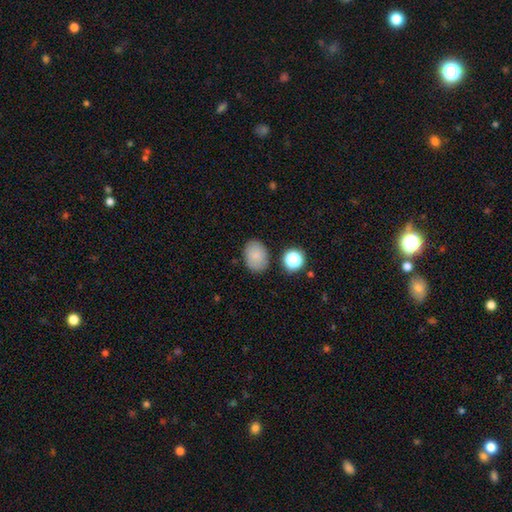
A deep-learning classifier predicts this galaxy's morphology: Smooth or featured: smooth — 83% (star or artifact — 9%)
How rounded: in between — 73% (round — 26%)
Merging: none — 82% (minor disturbance — 12%)